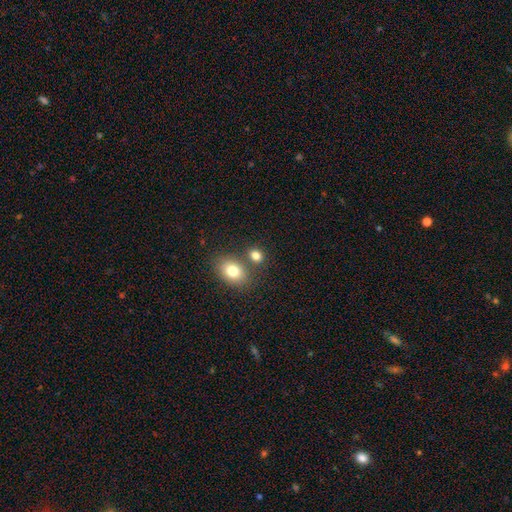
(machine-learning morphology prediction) Smooth or featured?
  - smooth: 81% *
  - star or artifact: 11%
  - featured or disk: 8%
How rounded?
  - round: 50% *
  - in between: 49%
  - cigar-shaped: 1%
Merging?
  - none: 63% *
  - merger: 24%
  - minor disturbance: 10%
  - major disturbance: 3%